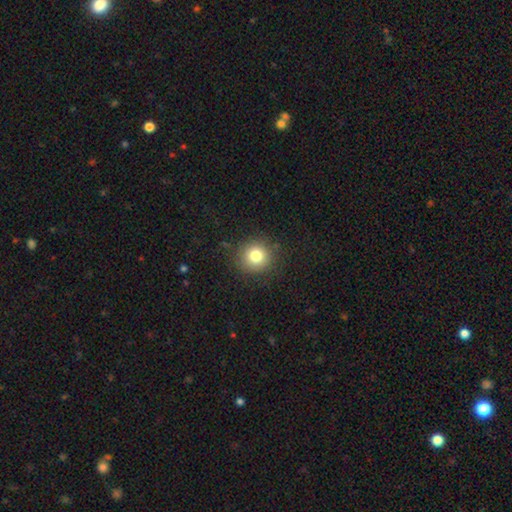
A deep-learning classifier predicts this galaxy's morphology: Smooth or featured? smooth (79%)
How rounded? round (93%)
Merging? none (88%)